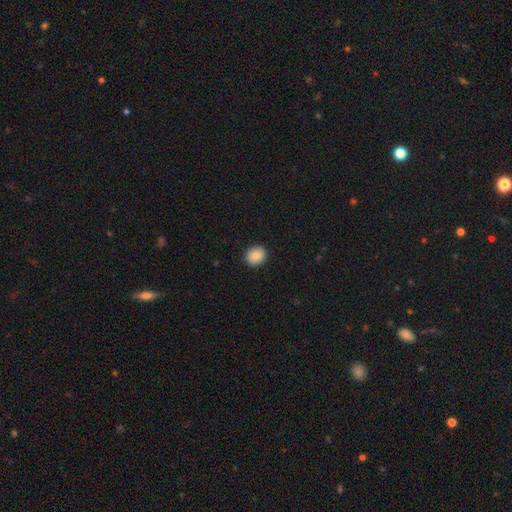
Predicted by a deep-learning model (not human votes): Morphology: type=smooth (89%); roundness=round (68%); merging=none (91%).